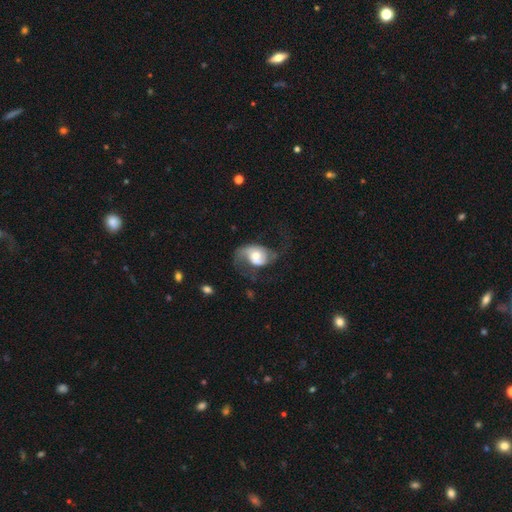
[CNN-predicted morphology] type=featured or disk (66%); edge-on=no (96%); bar=no (66%); spiral arms=yes (84%); winding=loose (55%); arm count=2 (67%); bulge=moderate (63%); merging=none (39%).